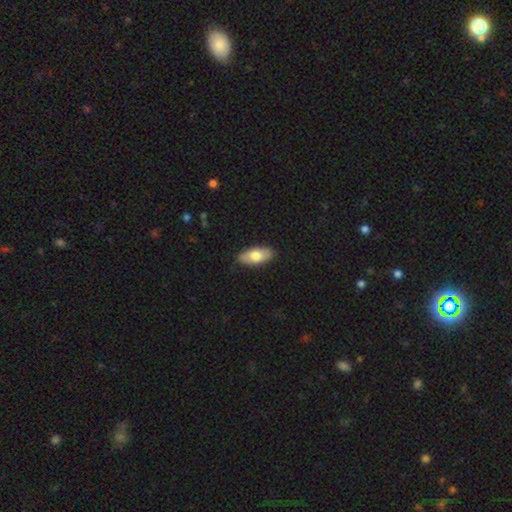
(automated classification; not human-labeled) This appears to be a smooth galaxy with no disk features (73%) that is in between round and cigar-shaped (89%). Merging: none (88%).